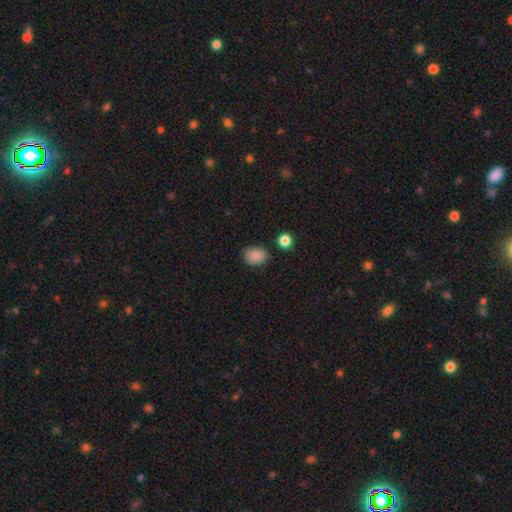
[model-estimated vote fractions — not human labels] This is clearly a smooth galaxy (86%). How rounded: likely in between (64%). Merging: likely none (77%).